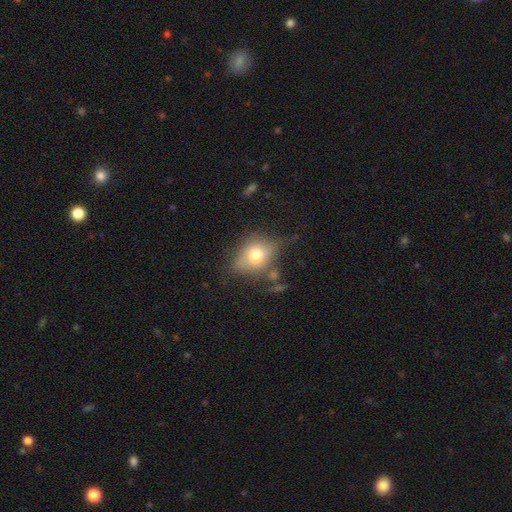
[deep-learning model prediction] This appears to be a smooth galaxy with no disk features (66%) that is in between round and cigar-shaped (54%). Merging: none (59%).